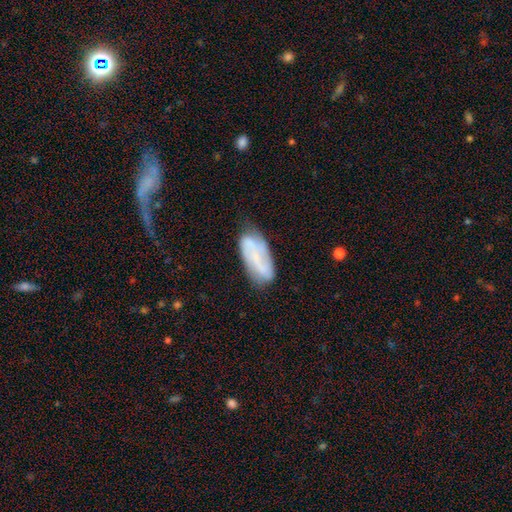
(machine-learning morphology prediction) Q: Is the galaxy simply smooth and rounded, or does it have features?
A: featured or disk — 51%.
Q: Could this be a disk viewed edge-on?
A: no — 92%.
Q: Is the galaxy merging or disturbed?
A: none — 58%.